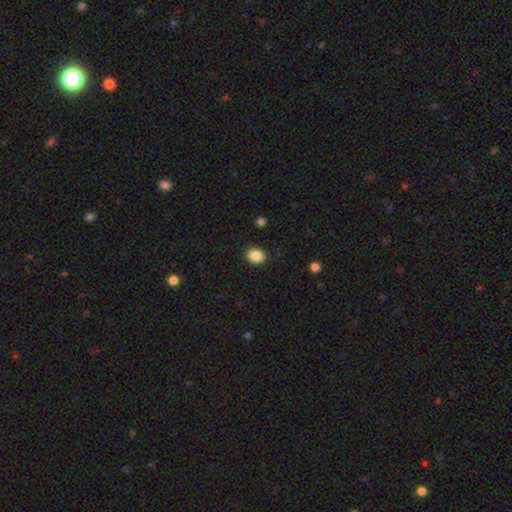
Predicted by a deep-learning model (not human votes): This is clearly a smooth galaxy (87%). How rounded: possibly round (51%). Merging: clearly none (89%).